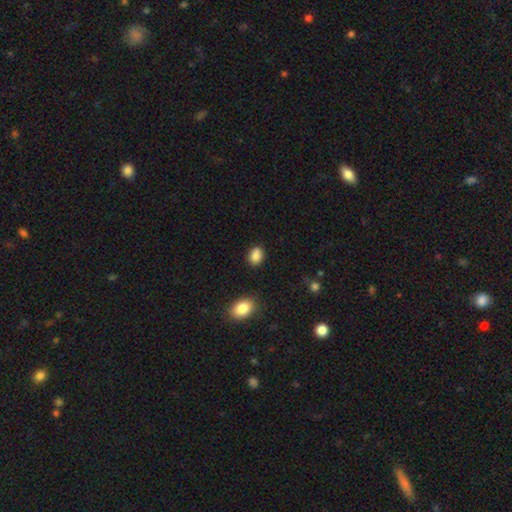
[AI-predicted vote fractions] smooth_or_featured: smooth (p=0.84) [alt: star or artifact p=0.10]
how_rounded: in between (p=0.59) [alt: round p=0.40]
merging: none (p=0.71) [alt: minor disturbance p=0.16]